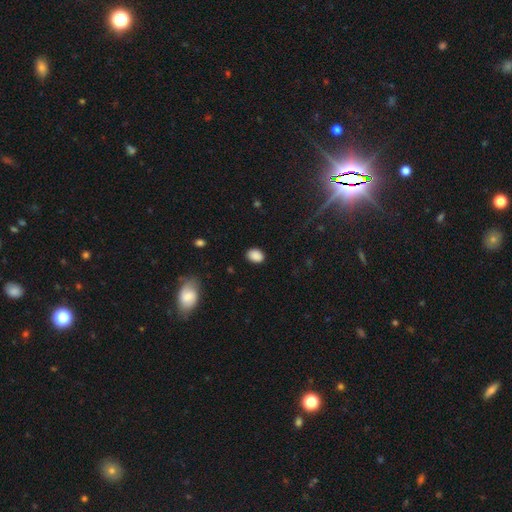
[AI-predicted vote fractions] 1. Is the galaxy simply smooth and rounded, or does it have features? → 87% smooth, 9% star or artifact, 4% featured or disk.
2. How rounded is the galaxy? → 73% in between, 26% round, 1% cigar-shaped.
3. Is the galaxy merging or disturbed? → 85% none, 11% minor disturbance, 3% major disturbance, 1% merger.